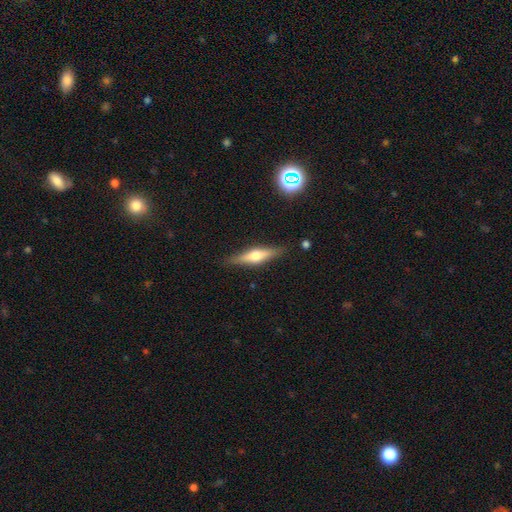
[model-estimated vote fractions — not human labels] Smooth or featured? Predicted: featured or disk (p=0.60). Edge-on disk? Predicted: yes (p=0.95). Edge-on bulge? Predicted: rounded (p=0.91). Merging? Predicted: none (p=0.87).